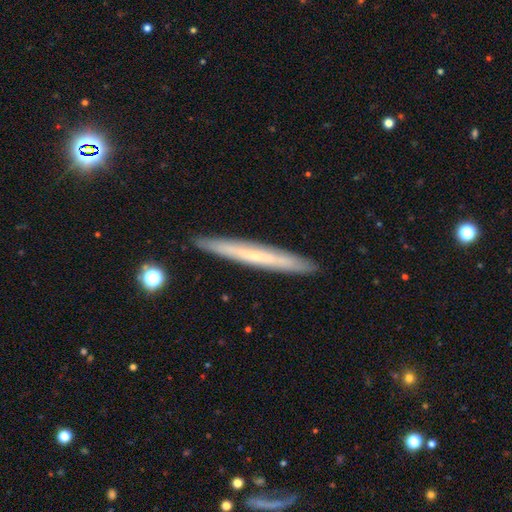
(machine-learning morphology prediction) A featured or disk galaxy (50%) viewed edge-on (93%).

Vote fractions:
- Smooth or featured? featured or disk: 50% / smooth: 43% / star or artifact: 7%
- Edge-on disk? yes: 93% / no: 7%
- Merging? none: 91% / minor disturbance: 6% / major disturbance: 1% / merger: 1%